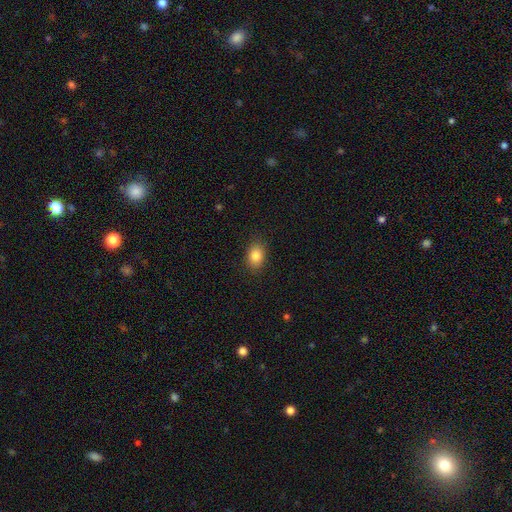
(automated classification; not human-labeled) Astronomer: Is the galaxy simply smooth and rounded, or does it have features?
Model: smooth — 84%.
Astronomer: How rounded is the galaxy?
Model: in between — 71%.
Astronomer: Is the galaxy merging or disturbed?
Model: none — 86%.